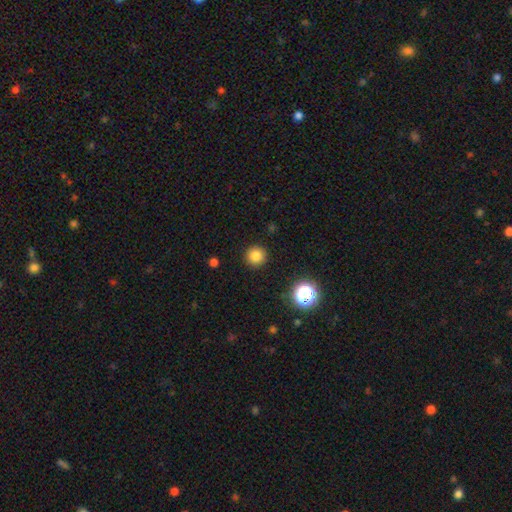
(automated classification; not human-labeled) Smooth or featured?
  - smooth: 82% *
  - star or artifact: 14%
  - featured or disk: 4%
How rounded?
  - round: 94% *
  - in between: 5%
  - cigar-shaped: 1%
Merging?
  - none: 92% *
  - minor disturbance: 5%
  - major disturbance: 2%
  - merger: 1%